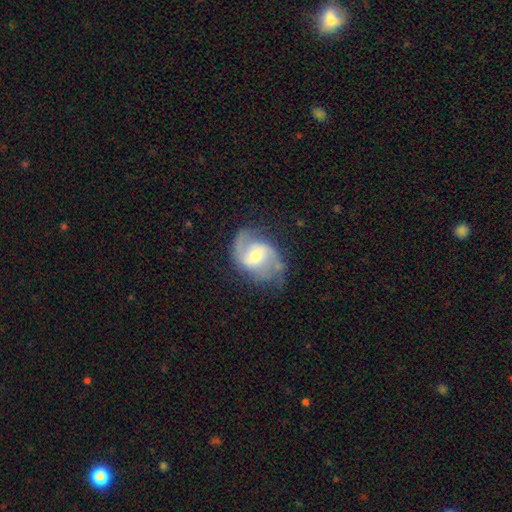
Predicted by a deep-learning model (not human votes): Smooth or featured? featured or disk (84%)
Edge-on disk? no (97%)
Bar? weak (50%)
Spiral arms? yes (95%)
Spiral winding? medium (50%)
Spiral arm count? 2 (87%)
Bulge size? moderate (53%)
Merging? none (67%)